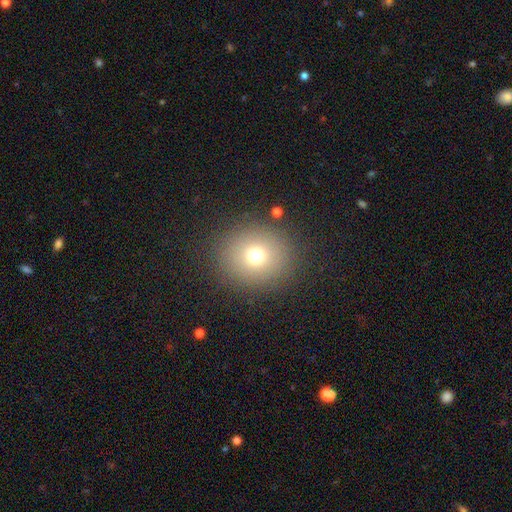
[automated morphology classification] Overall: smooth (71%). How rounded: round (81%). Merging: none (86%).